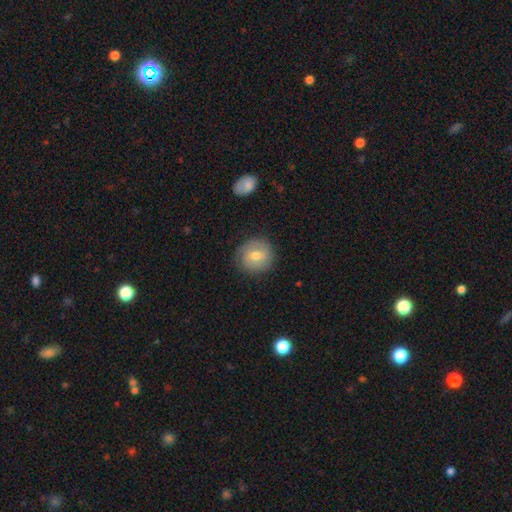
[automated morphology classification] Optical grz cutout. It shows a smooth galaxy with no disk features (60%) that is round (88%). Merging: none (82%).